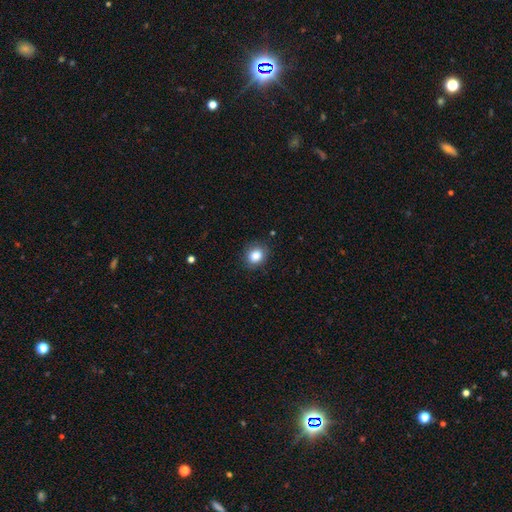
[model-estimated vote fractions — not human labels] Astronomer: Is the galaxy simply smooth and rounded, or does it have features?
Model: smooth — 86%.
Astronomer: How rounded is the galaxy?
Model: round — 56% (runner-up: in between, 43%).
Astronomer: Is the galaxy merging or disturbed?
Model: none — 84%.